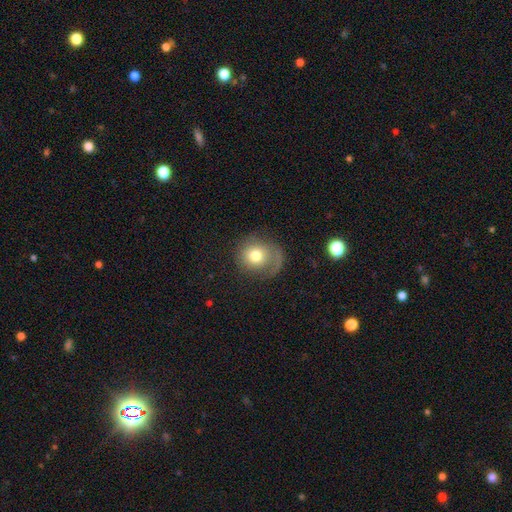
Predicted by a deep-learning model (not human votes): Overall: smooth (61%; featured or disk 29%). How rounded: round (80%). Merging: none (54%; major disturbance 23%).